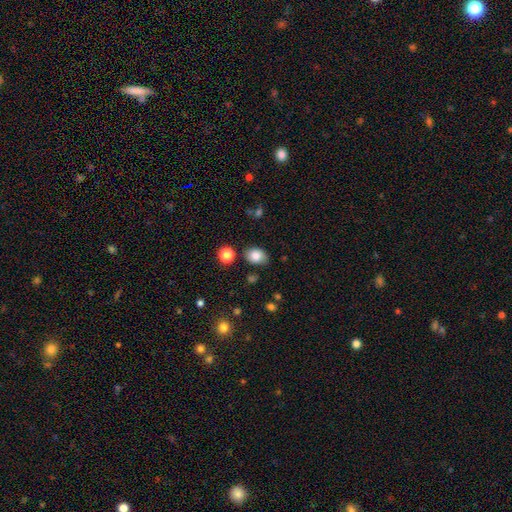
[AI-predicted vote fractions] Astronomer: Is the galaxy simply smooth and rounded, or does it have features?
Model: smooth — 84%.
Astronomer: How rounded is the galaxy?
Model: in between — 62% (runner-up: round, 38%).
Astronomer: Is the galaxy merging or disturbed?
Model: none — 77%.